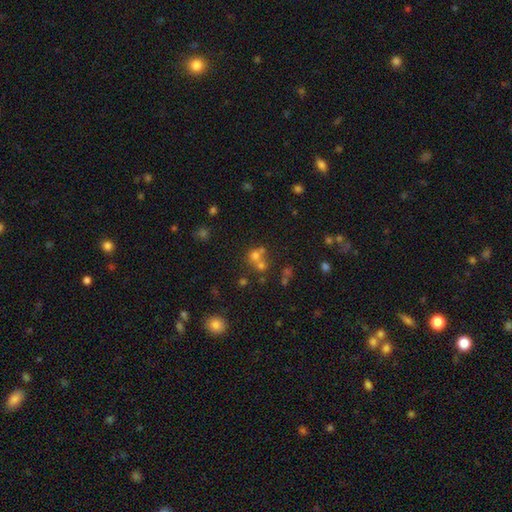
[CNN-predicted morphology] Smooth or featured: smooth — 60% (star or artifact — 23%)
How rounded: round — 83% (in between — 17%)
Merging: merger — 46% (none — 44%)